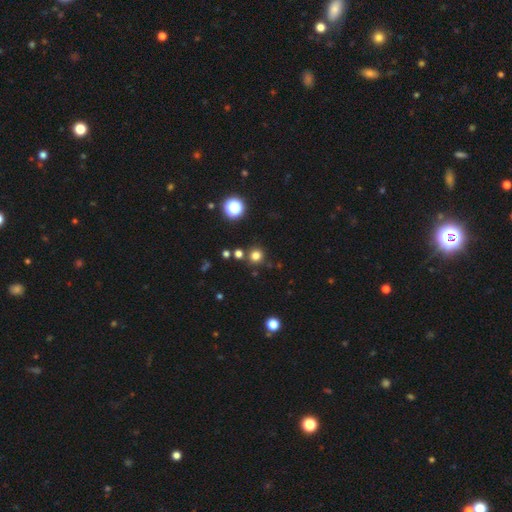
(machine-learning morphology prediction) A smooth galaxy with no disk features (77%) that is round (93%). Merging: none (85%).